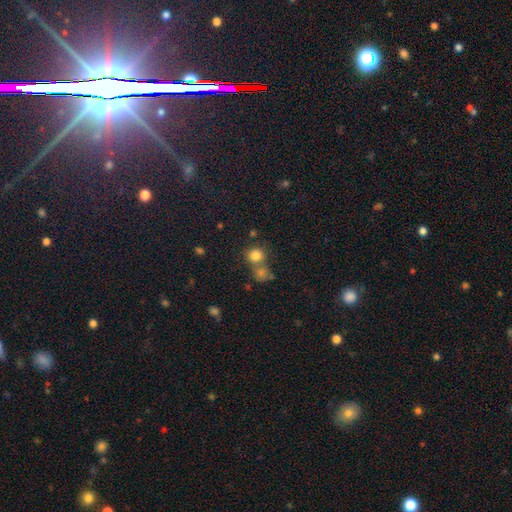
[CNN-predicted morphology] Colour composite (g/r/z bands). It shows a smooth galaxy with no disk features (81%) that is round (85%). Merging: none (55%).